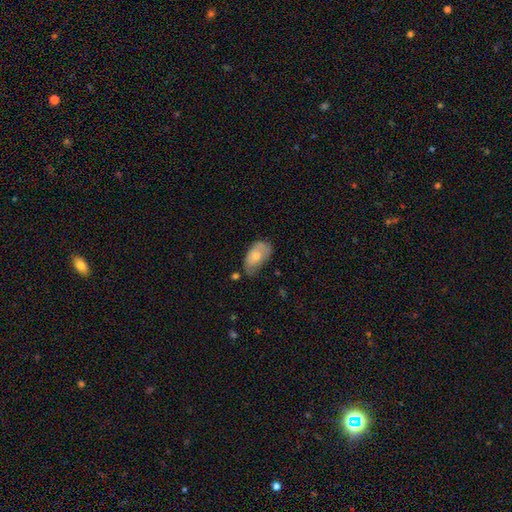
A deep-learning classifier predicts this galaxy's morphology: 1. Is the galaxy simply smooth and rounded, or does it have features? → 61% smooth, 31% featured or disk, 8% star or artifact.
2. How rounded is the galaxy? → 91% in between, 6% round, 2% cigar-shaped.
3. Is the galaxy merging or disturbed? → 47% none, 37% minor disturbance, 11% major disturbance, 4% merger.